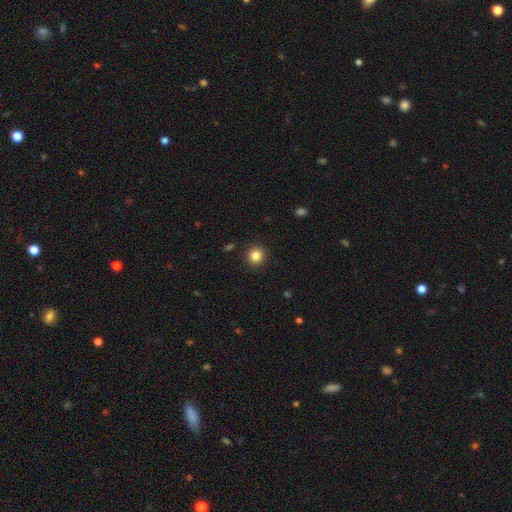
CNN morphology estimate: This is clearly a smooth galaxy (84%). How rounded: clearly round (94%). Merging: clearly none (92%).